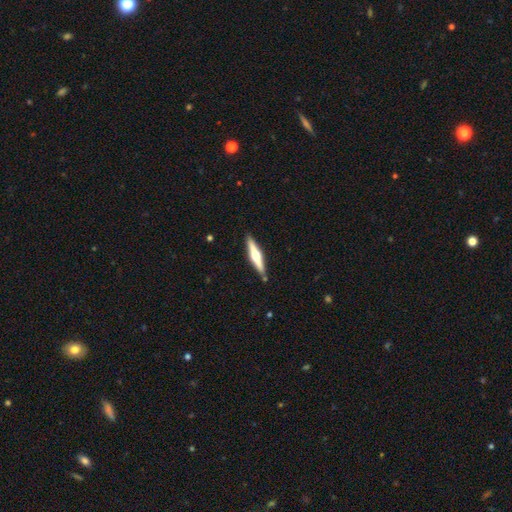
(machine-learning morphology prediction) type=featured or disk (66%); edge-on=yes (97%); edge-on bulge=rounded (93%); merging=none (89%).